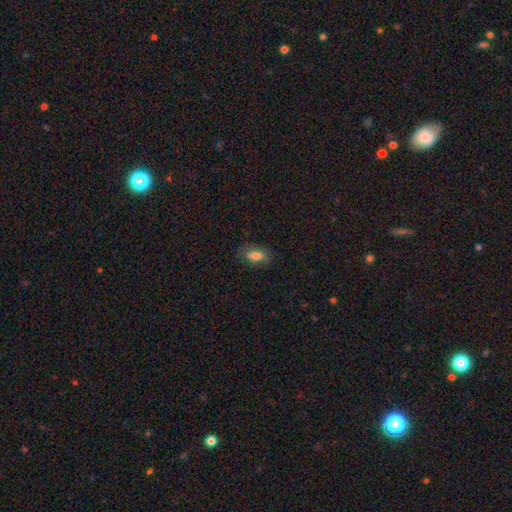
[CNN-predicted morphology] Smooth or featured?
  - smooth: 76% *
  - featured or disk: 15%
  - star or artifact: 9%
How rounded?
  - in between: 84% *
  - cigar-shaped: 12%
  - round: 5%
Merging?
  - none: 77% *
  - minor disturbance: 17%
  - major disturbance: 5%
  - merger: 1%